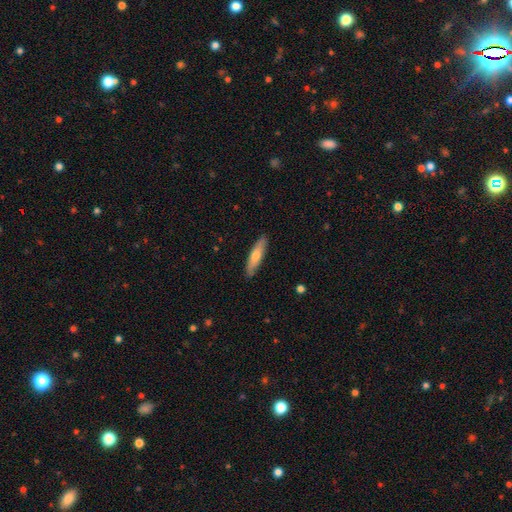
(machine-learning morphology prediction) smooth_or_featured: smooth (p=0.66) [alt: featured or disk p=0.29]
how_rounded: cigar-shaped (p=0.77) [alt: in between p=0.21]
merging: none (p=0.89) [alt: minor disturbance p=0.09]